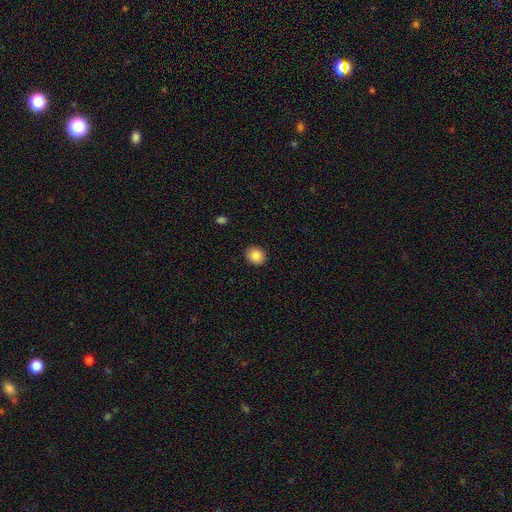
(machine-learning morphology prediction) A smooth galaxy with no disk features (87%) that is round (63%).

Vote fractions:
- Smooth or featured? smooth: 87% / star or artifact: 9% / featured or disk: 5%
- How rounded? round: 63% / in between: 36% / cigar-shaped: 1%
- Merging? none: 90% / minor disturbance: 7% / major disturbance: 2% / merger: 1%